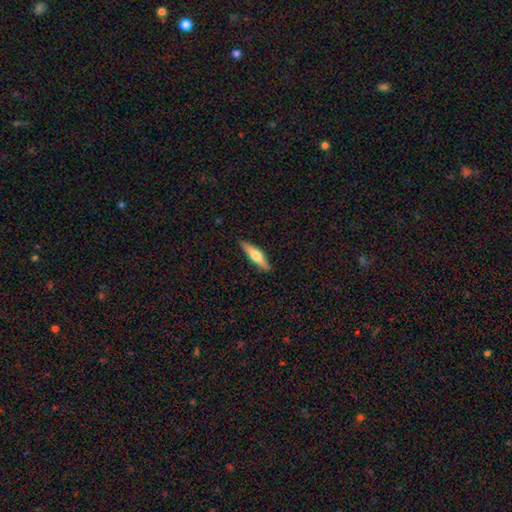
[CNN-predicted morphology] Smooth or featured? featured or disk (49%)
Merging? none (89%)